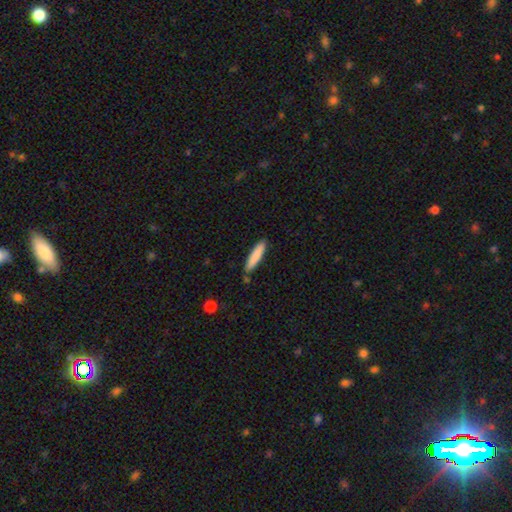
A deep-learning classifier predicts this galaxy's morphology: A smooth galaxy with no disk features (83%) that is cigar-shaped (88%). Merging: none (85%).